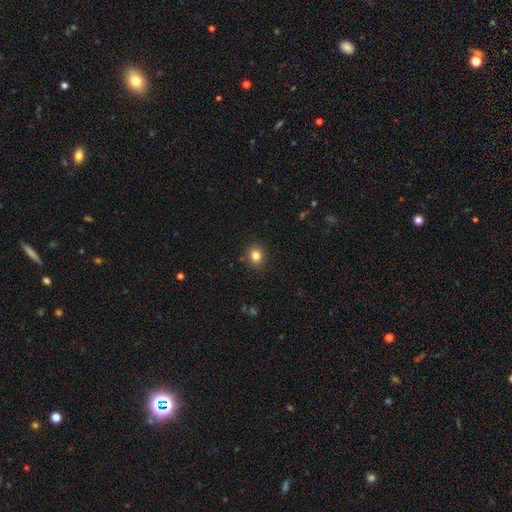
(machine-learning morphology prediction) smooth 83%, star or artifact 11%, featured or disk 6%. Down the decision tree: how rounded — round (73%); merging — none (89%).